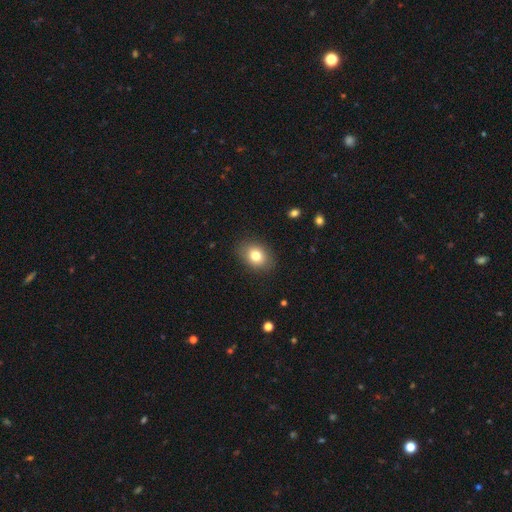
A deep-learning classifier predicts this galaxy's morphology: The model was most divided on "how rounded": in between: 64%, round: 35%, cigar-shaped: 1%. More confident: merging — none (87%); smooth or featured — smooth (80%).